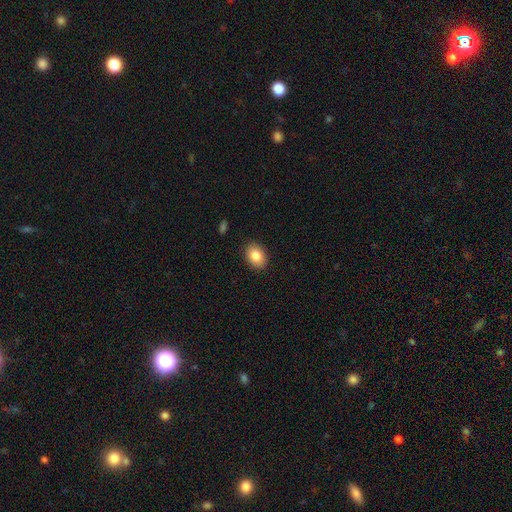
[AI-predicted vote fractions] This is clearly a smooth galaxy (84%). How rounded: likely in between (71%). Merging: clearly none (89%).